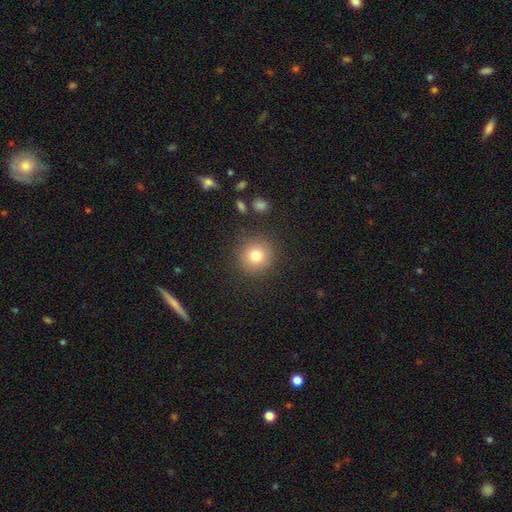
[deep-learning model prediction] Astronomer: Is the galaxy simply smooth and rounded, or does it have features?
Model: smooth — 78%.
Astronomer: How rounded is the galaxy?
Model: round — 93%.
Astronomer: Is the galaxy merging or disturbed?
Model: none — 88%.